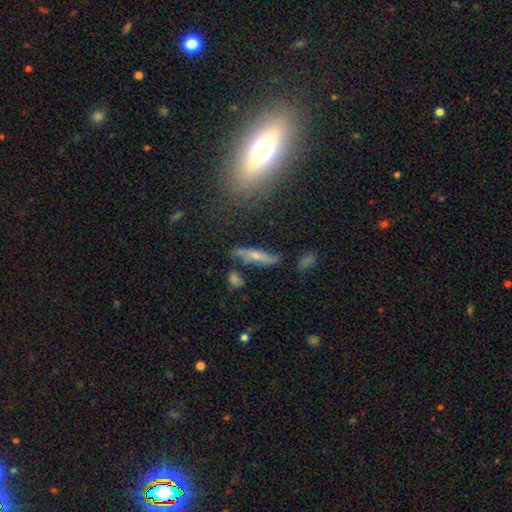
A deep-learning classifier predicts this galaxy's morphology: Q: Smooth or featured?
A: featured or disk (46%); runner-up: smooth (40%)
Q: Merging?
A: none (72%); runner-up: minor disturbance (16%)